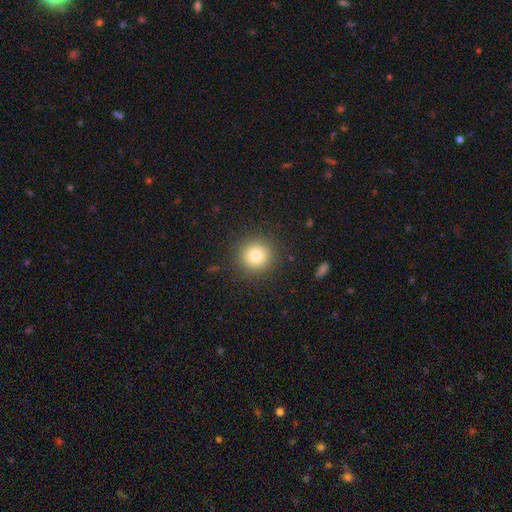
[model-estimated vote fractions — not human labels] Smooth or featured: smooth — 79% (star or artifact — 12%)
How rounded: round — 94% (in between — 5%)
Merging: none — 90% (minor disturbance — 6%)